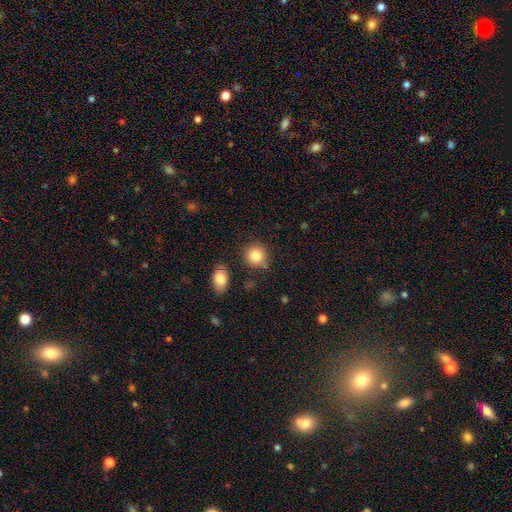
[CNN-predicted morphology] This appears to be a smooth galaxy with no disk features (84%) that is round (85%). Merging: none (79%).